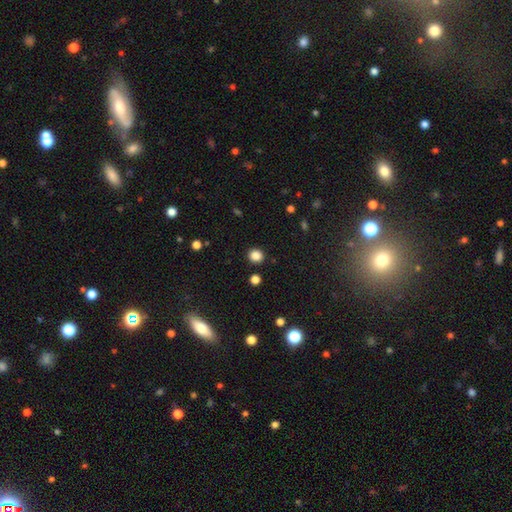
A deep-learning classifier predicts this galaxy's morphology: Overall: smooth (85%). How rounded: round (86%). Merging: none (91%).